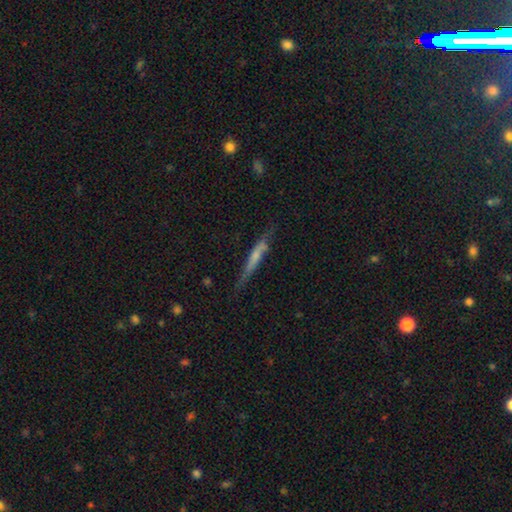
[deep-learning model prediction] featured or disk 50%, smooth 43%, star or artifact 7%. Down the decision tree: merging — none (64%).